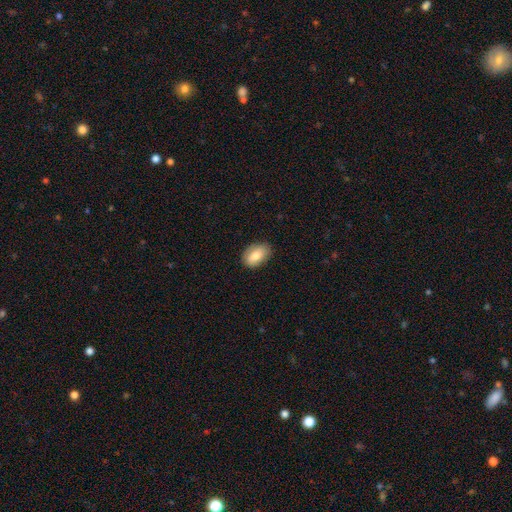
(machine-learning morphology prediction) This is likely a smooth galaxy (79%). How rounded: clearly in between (86%). Merging: clearly none (82%).